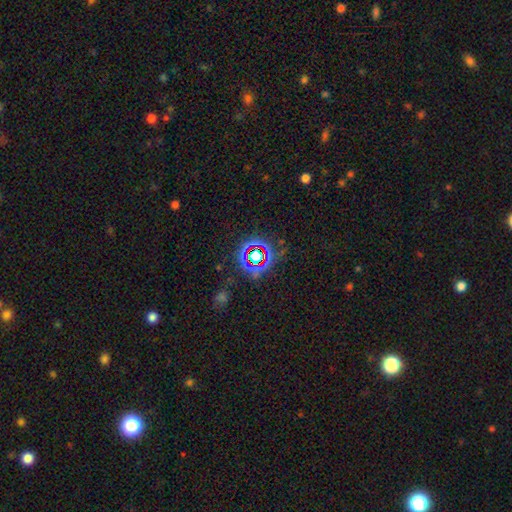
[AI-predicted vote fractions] A star or artifact, not a galaxy (73%).

Vote fractions:
- Smooth or featured? star or artifact: 73% / smooth: 17% / featured or disk: 10%